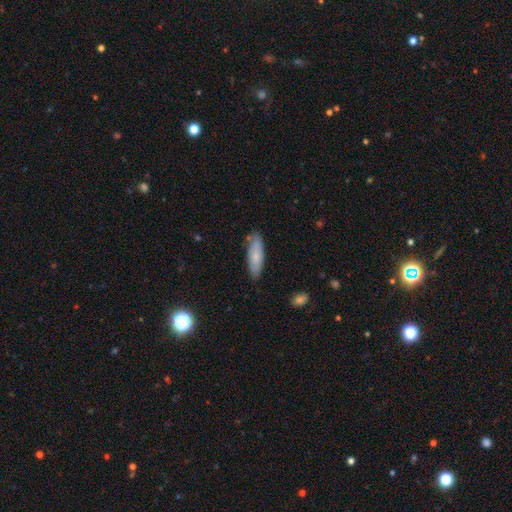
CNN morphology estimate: Q: Smooth or featured?
A: smooth (72%); runner-up: featured or disk (22%)
Q: How rounded?
A: in between (51%); runner-up: cigar-shaped (47%)
Q: Merging?
A: none (79%); runner-up: minor disturbance (16%)